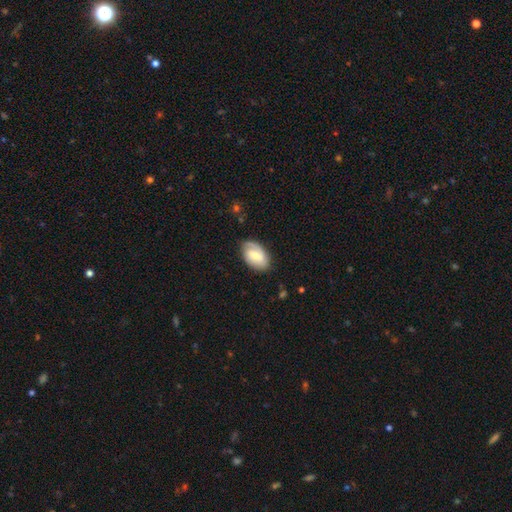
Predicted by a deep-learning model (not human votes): This is possibly a smooth galaxy (54%). How rounded: clearly in between (91%). Merging: likely none (74%).